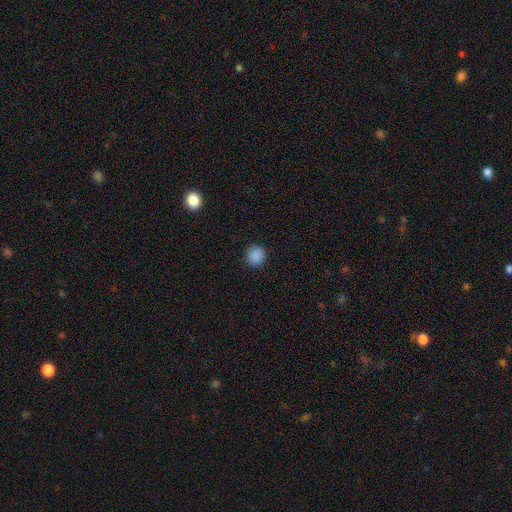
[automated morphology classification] smooth_or_featured: smooth (p=0.88) [alt: star or artifact p=0.10]
how_rounded: round (p=0.90) [alt: in between p=0.09]
merging: none (p=0.90) [alt: minor disturbance p=0.07]